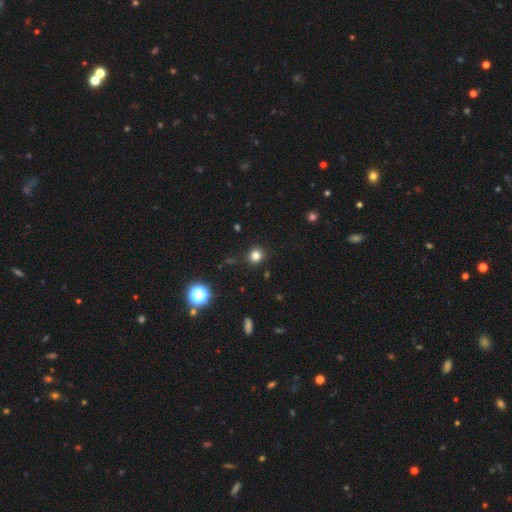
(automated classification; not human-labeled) smooth-or-featured: smooth: 80% | star or artifact: 15% | featured or disk: 5%
  how-rounded: round: 89% | in between: 10% | cigar-shaped: 1%
  merging: none: 90% | minor disturbance: 6% | major disturbance: 2% | merger: 1%